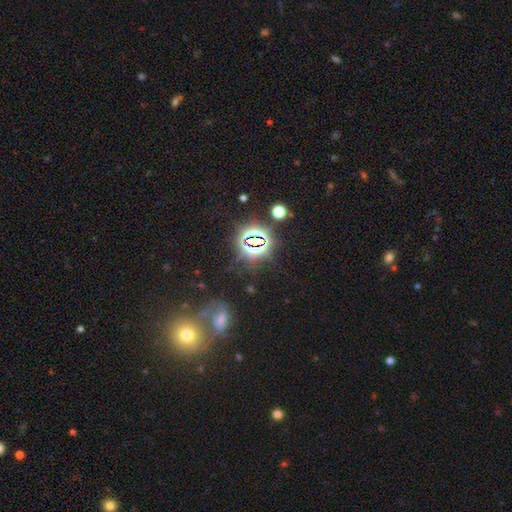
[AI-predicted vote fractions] Smooth or featured? Predicted: star or artifact (p=0.71).